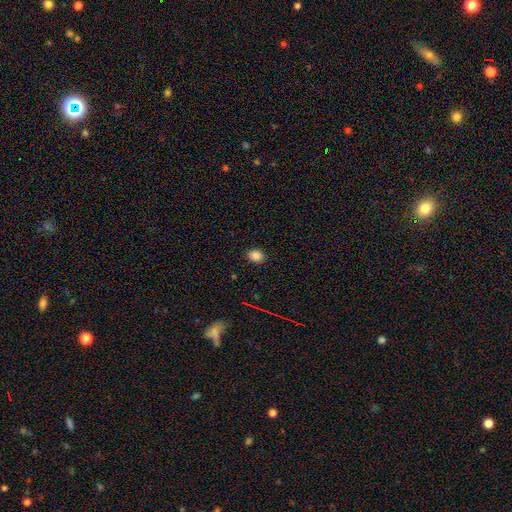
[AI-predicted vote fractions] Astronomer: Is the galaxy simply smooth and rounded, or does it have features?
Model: smooth — 85%.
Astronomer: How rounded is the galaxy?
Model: in between — 60% (runner-up: round, 39%).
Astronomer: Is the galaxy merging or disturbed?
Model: none — 89%.